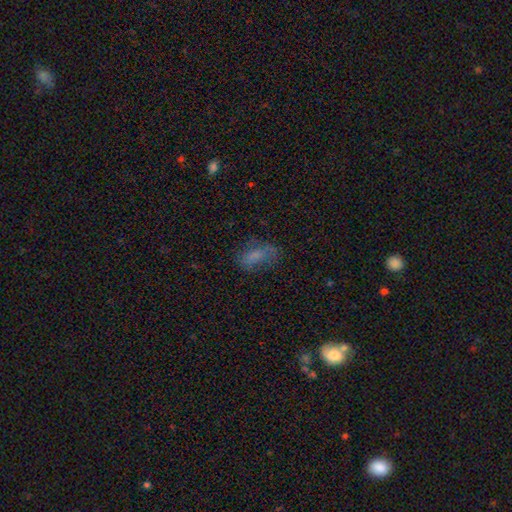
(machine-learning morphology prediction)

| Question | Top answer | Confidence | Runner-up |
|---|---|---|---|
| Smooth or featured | smooth | 63% | featured or disk (23%) |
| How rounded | in between | 84% | cigar-shaped (9%) |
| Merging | none | 56% | minor disturbance (25%) |